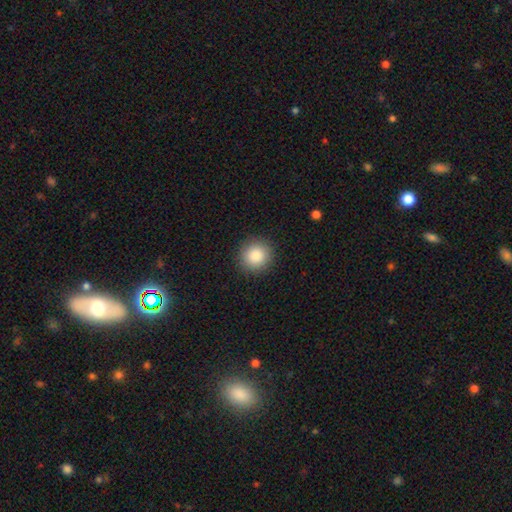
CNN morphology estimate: A smooth galaxy with no disk features (87%) that is round (92%). Merging: none (92%).